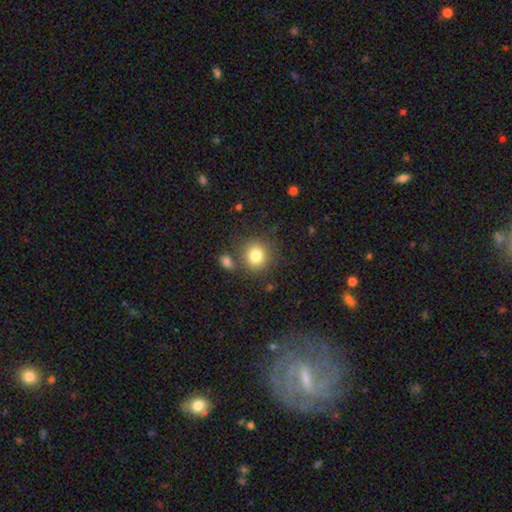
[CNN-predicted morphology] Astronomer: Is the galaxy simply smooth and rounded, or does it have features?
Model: smooth — 81%.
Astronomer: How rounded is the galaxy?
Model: round — 87%.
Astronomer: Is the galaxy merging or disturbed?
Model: none — 74%.